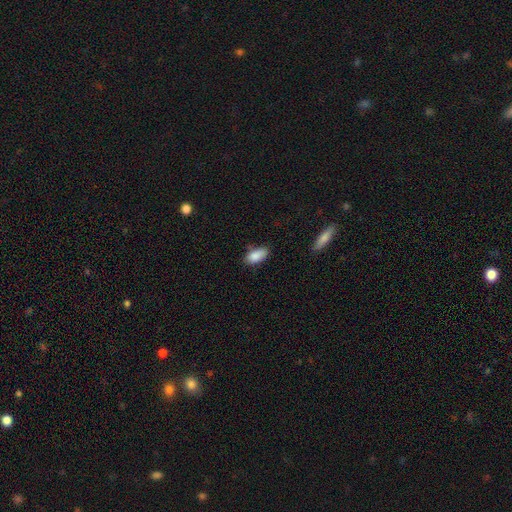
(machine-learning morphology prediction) This is clearly a smooth galaxy (86%). How rounded: clearly in between (91%). Merging: likely none (71%).